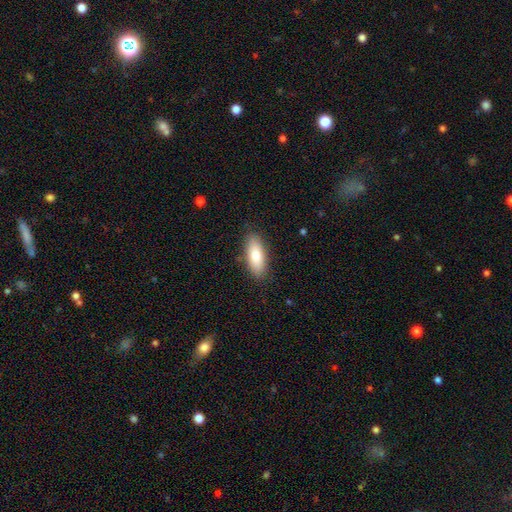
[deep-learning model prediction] This appears to be a smooth galaxy with no disk features (80%) that is in between round and cigar-shaped (74%). Merging: none (86%).